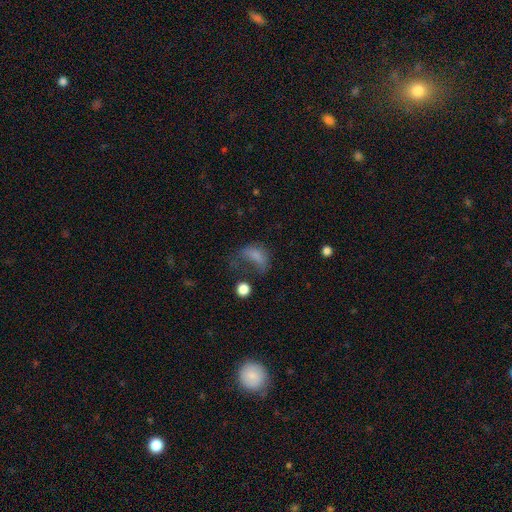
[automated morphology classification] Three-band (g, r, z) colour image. It shows a smooth galaxy with no disk features (64%) that is in between round and cigar-shaped (80%). Merging: major disturbance (56%).